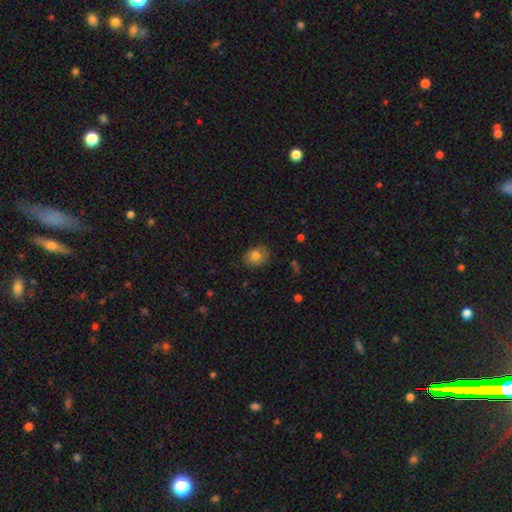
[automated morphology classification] A smooth galaxy with no disk features (77%) that is in between round and cigar-shaped (59%).

Vote fractions:
- Smooth or featured? smooth: 77% / featured or disk: 15% / star or artifact: 9%
- How rounded? in between: 59% / round: 40% / cigar-shaped: 1%
- Merging? none: 83% / minor disturbance: 13% / major disturbance: 3% / merger: 1%